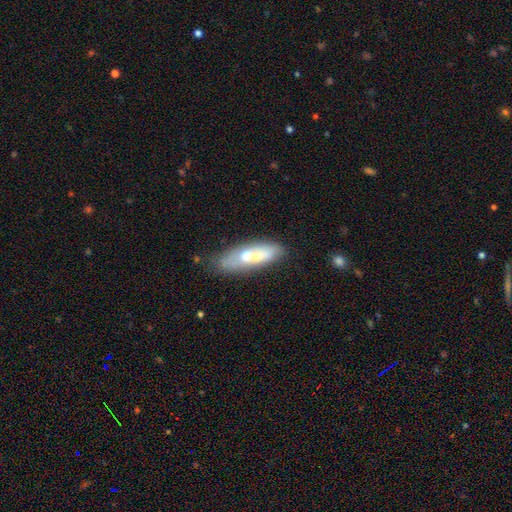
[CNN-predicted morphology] This is possibly a smooth galaxy (52%). How rounded: possibly cigar-shaped (52%). Merging: likely none (61%).